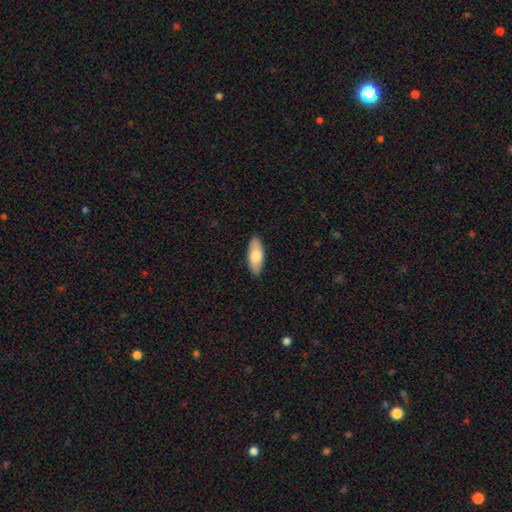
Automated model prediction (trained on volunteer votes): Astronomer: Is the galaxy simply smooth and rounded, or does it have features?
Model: smooth — 74%.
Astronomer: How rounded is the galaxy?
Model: in between — 80%.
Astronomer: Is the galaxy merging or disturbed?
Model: none — 88%.